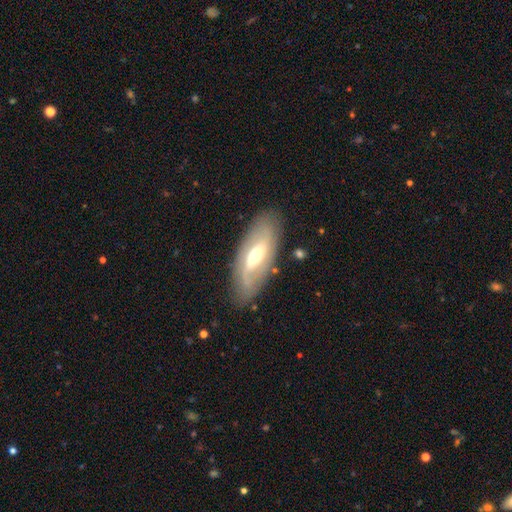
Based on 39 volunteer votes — Smooth or featured: featured or disk — 74% (smooth — 21%)
Edge-on disk: no — 90% (yes — 10%)
Bar: weak — 50% (no — 31%)
Spiral arms: yes — 65% (no — 35%)
Spiral winding: loose — 71% (medium — 18%)
Spiral arm count: 2 — 88% (1 — 6%)
Bulge size: moderate — 46% (small — 35%)
Merging: none — 70% (minor disturbance — 19%)